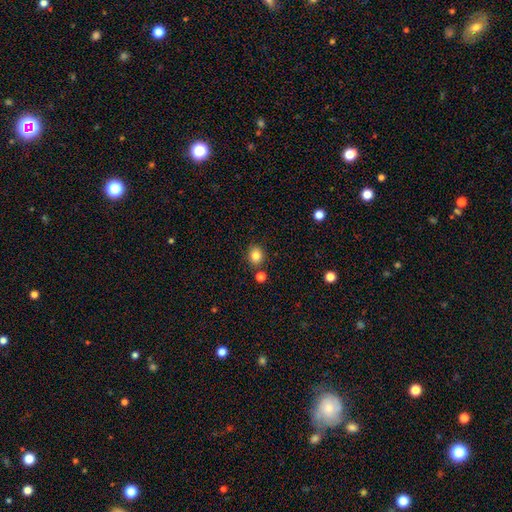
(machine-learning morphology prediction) smooth-or-featured: smooth: 84% | star or artifact: 11% | featured or disk: 5%
  how-rounded: round: 71% | in between: 28% | cigar-shaped: 1%
  merging: none: 81% | minor disturbance: 9% | merger: 7% | major disturbance: 3%